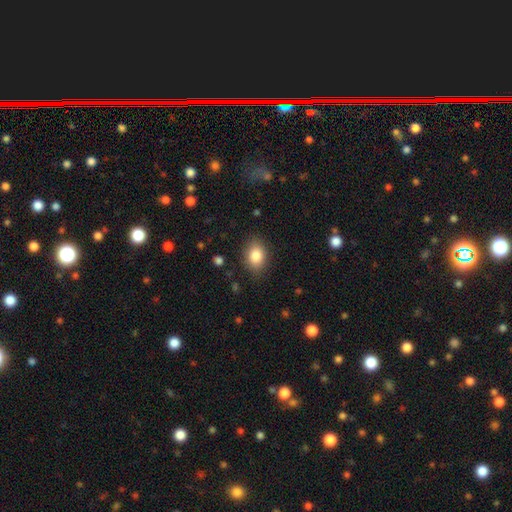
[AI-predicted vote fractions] smooth-or-featured: smooth: 84% | star or artifact: 8% | featured or disk: 7%
  how-rounded: in between: 73% | round: 25% | cigar-shaped: 1%
  merging: none: 85% | minor disturbance: 11% | major disturbance: 3% | merger: 1%